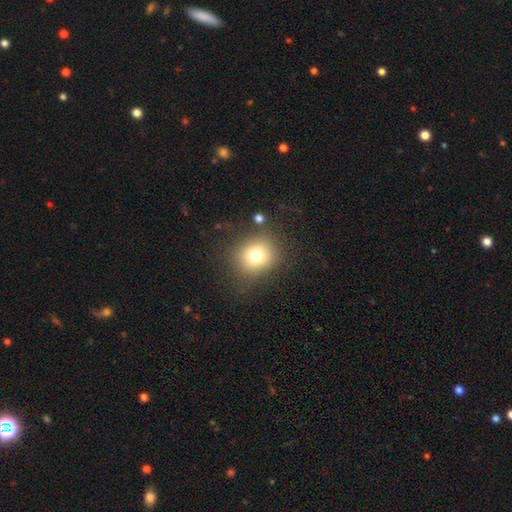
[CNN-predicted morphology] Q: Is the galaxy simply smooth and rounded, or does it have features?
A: smooth — 76%.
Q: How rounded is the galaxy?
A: round — 75%.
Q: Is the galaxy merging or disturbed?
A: none — 80%.